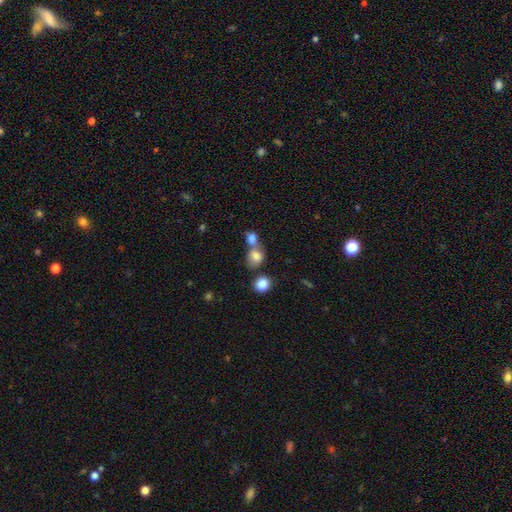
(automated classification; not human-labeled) This is likely a smooth galaxy (79%). How rounded: possibly round (54%). Merging: possibly merger (60%).